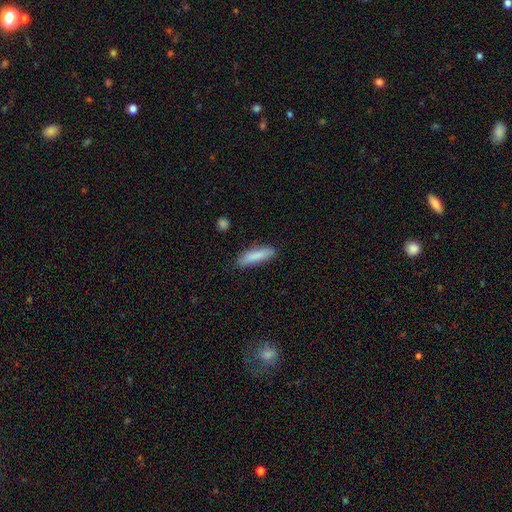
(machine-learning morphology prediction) Smooth or featured? Predicted: smooth (p=0.86). How rounded? Predicted: cigar-shaped (p=0.71). Merging? Predicted: none (p=0.84).